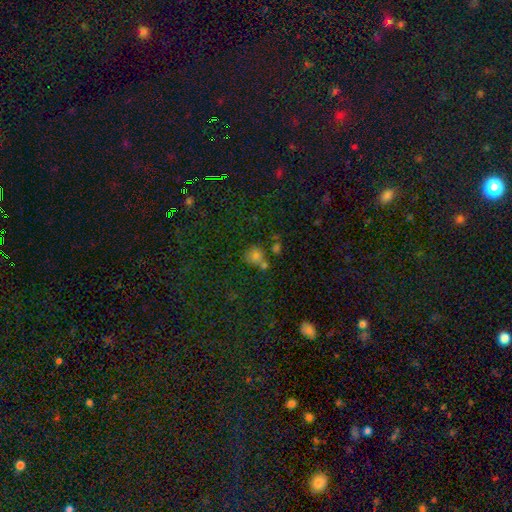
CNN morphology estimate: Smooth or featured? Predicted: smooth (p=0.72). How rounded? Predicted: round (p=0.79). Merging? Predicted: none (p=0.50).